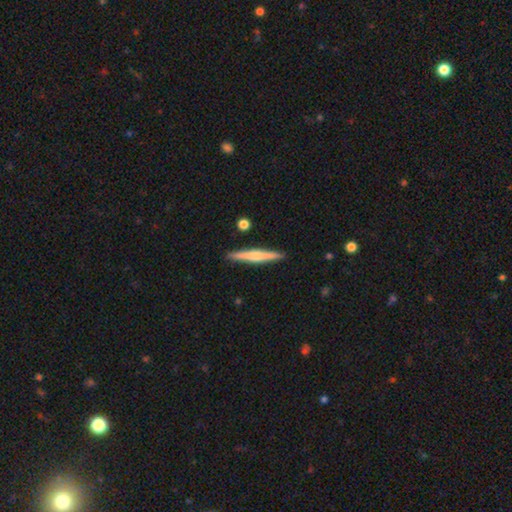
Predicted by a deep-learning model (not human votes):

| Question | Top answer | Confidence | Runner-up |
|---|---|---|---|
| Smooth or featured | featured or disk | 51% | smooth (44%) |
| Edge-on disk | yes | 97% | no (3%) |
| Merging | none | 91% | minor disturbance (6%) |